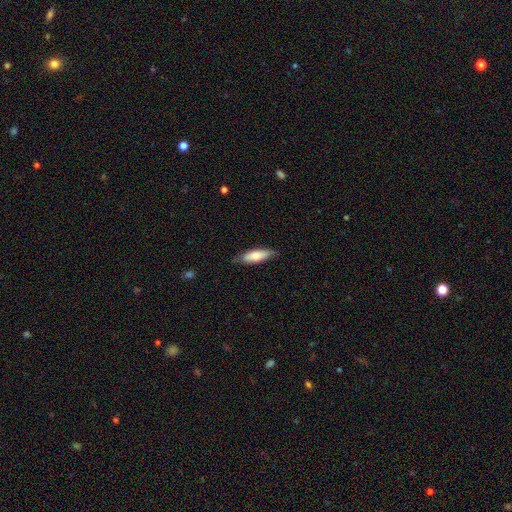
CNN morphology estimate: type=smooth (73%); roundness=in between (56%); merging=none (76%).